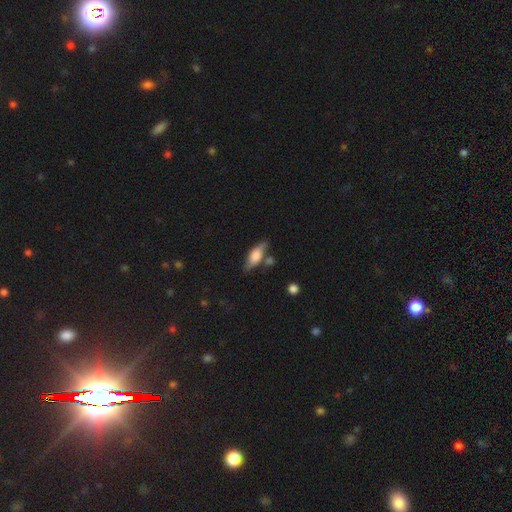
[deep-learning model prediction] Smooth or featured? Predicted: smooth (p=0.66). How rounded? Predicted: in between (p=0.66). Merging? Predicted: none (p=0.66).